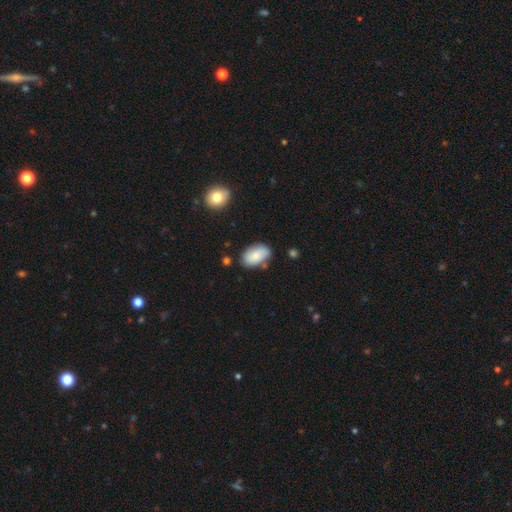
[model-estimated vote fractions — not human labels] Q: Smooth or featured?
A: smooth (81%); runner-up: featured or disk (13%)
Q: How rounded?
A: in between (93%); runner-up: round (5%)
Q: Merging?
A: none (72%); runner-up: minor disturbance (20%)